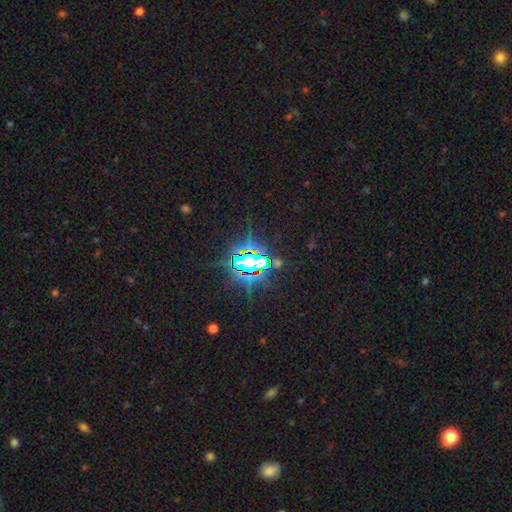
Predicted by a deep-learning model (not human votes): smooth-or-featured: star or artifact: 80% | smooth: 11% | featured or disk: 9%